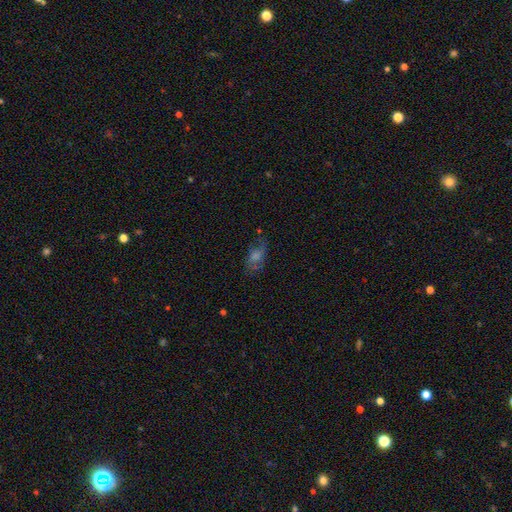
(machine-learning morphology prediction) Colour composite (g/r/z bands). It shows a featured or disk galaxy (43%). Merging: none (61%).